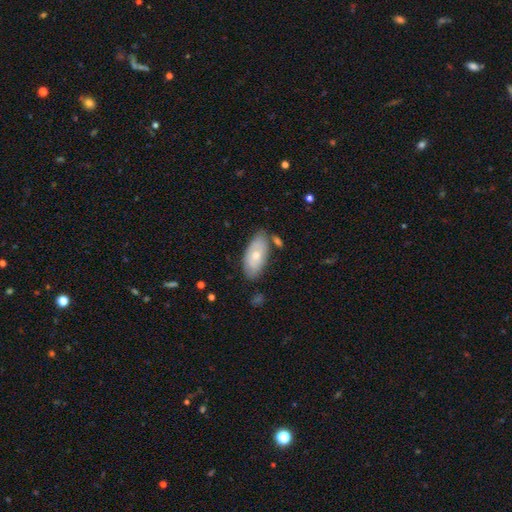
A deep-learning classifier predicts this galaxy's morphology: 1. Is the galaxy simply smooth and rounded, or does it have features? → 63% smooth, 31% featured or disk, 6% star or artifact.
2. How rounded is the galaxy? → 93% in between, 4% cigar-shaped, 3% round.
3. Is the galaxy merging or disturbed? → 71% none, 19% minor disturbance, 6% merger, 4% major disturbance.